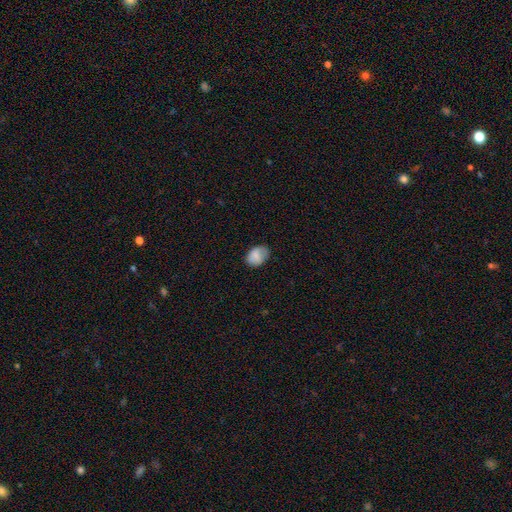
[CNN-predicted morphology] Smooth or featured: smooth — 83% (featured or disk — 10%)
How rounded: in between — 73% (round — 26%)
Merging: none — 70% (minor disturbance — 23%)